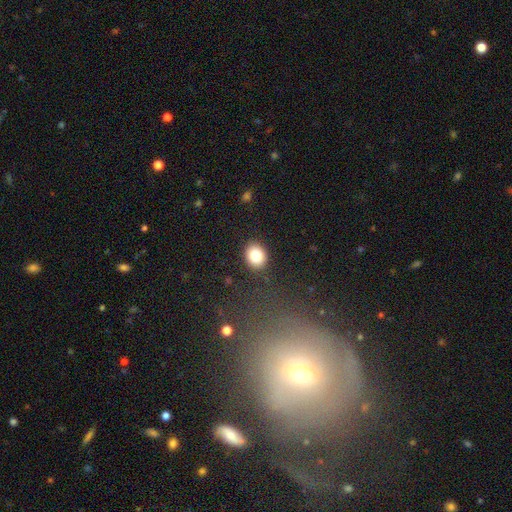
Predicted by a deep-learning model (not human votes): Morphology: type=smooth (83%); roundness=round (54%); merging=none (89%).